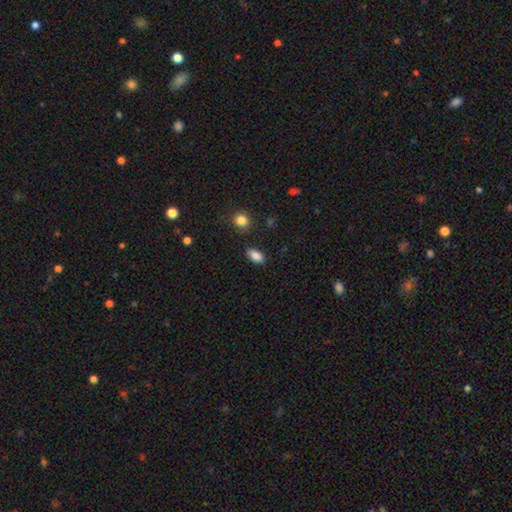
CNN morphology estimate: smooth-or-featured: smooth: 86% | star or artifact: 8% | featured or disk: 5%
  how-rounded: in between: 91% | round: 5% | cigar-shaped: 4%
  merging: none: 85% | minor disturbance: 11% | major disturbance: 3% | merger: 2%